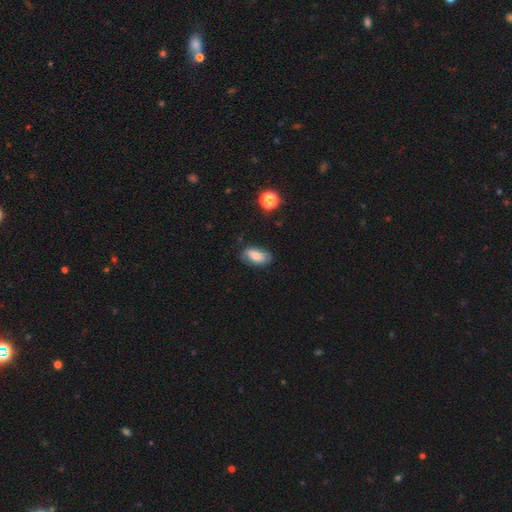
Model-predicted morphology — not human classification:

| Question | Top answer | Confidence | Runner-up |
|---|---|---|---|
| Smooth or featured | smooth | 69% | featured or disk (23%) |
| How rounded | in between | 91% | round (5%) |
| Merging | none | 71% | minor disturbance (22%) |